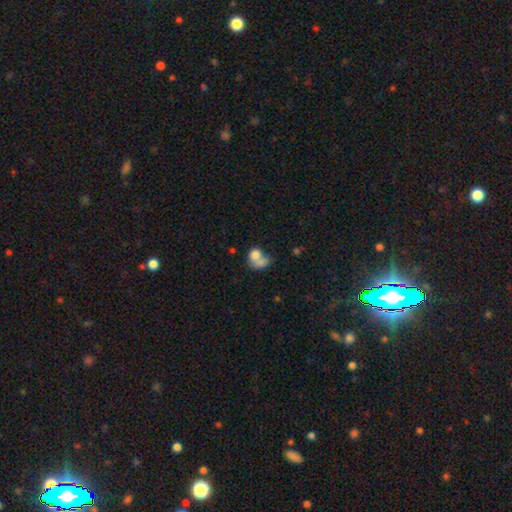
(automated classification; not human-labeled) Q: Smooth or featured?
A: smooth (72%); runner-up: featured or disk (18%)
Q: How rounded?
A: in between (49%); tied with: round (49%)
Q: Merging?
A: merger (54%); runner-up: none (22%)